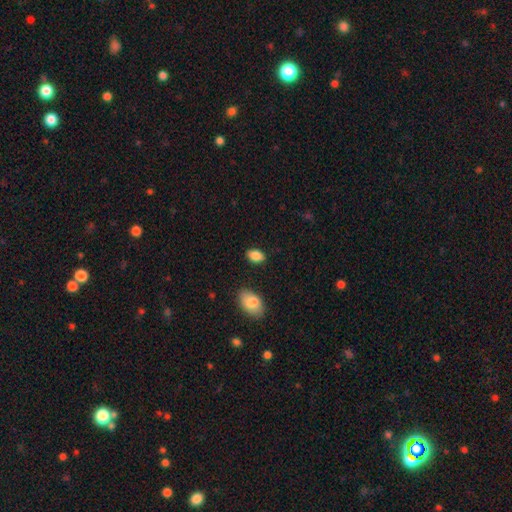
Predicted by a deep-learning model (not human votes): Overall: smooth (86%). How rounded: in between (88%). Merging: none (84%).